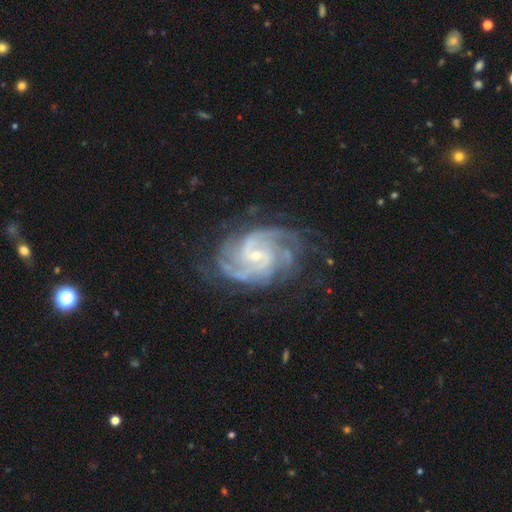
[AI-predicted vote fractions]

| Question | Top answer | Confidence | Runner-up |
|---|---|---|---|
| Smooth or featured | featured or disk | 91% | star or artifact (5%) |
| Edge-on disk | no | 98% | yes (2%) |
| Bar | weak | 47% | no (40%) |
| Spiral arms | yes | 98% | no (2%) |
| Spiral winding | tight | 47% | medium (44%) |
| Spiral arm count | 2 | 40% | 3 (21%) |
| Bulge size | small | 71% | moderate (25%) |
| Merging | none | 70% | minor disturbance (19%) |